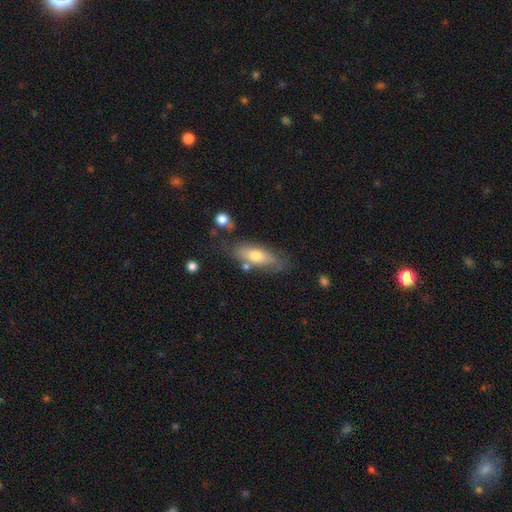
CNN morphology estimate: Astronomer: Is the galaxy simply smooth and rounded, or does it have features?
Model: smooth — 64%.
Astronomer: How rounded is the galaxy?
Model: in between — 68%.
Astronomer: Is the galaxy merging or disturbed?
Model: none — 65%.